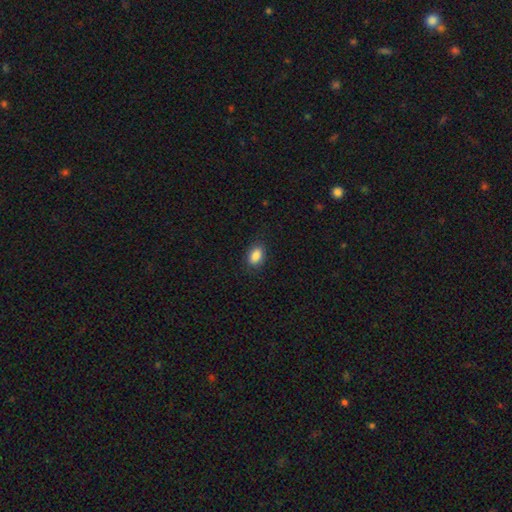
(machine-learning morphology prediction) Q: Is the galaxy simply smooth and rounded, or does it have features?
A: smooth — 88%.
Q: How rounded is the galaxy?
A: in between — 88%.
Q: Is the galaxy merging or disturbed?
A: none — 85%.